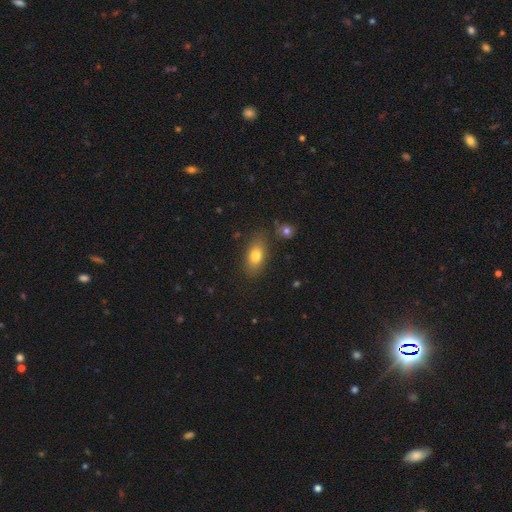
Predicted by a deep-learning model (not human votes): Smooth or featured?
  - smooth: 77% *
  - featured or disk: 14%
  - star or artifact: 9%
How rounded?
  - in between: 84% *
  - round: 8%
  - cigar-shaped: 8%
Merging?
  - none: 79% *
  - minor disturbance: 13%
  - major disturbance: 4%
  - merger: 4%